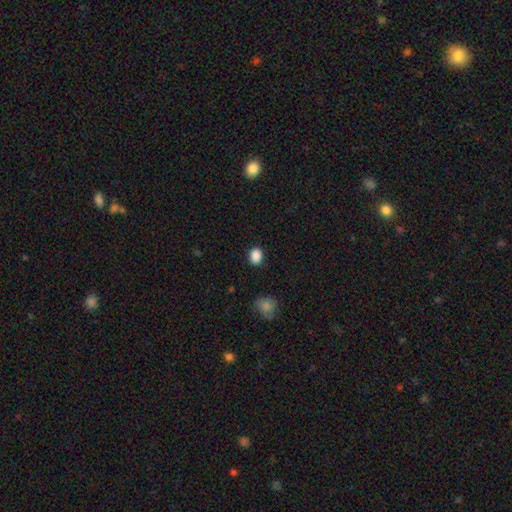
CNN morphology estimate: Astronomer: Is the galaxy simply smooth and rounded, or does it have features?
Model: smooth — 88%.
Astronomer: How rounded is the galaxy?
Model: round — 51% (runner-up: in between, 48%).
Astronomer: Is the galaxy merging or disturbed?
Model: none — 88%.